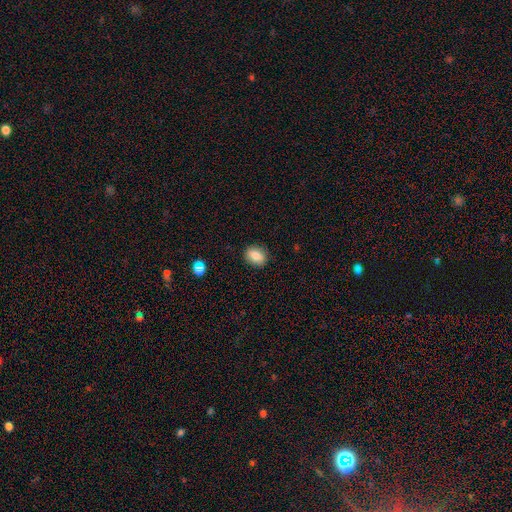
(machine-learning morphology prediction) Smooth or featured: smooth — 80% (featured or disk — 10%)
How rounded: in between — 55% (round — 43%)
Merging: none — 88% (minor disturbance — 9%)